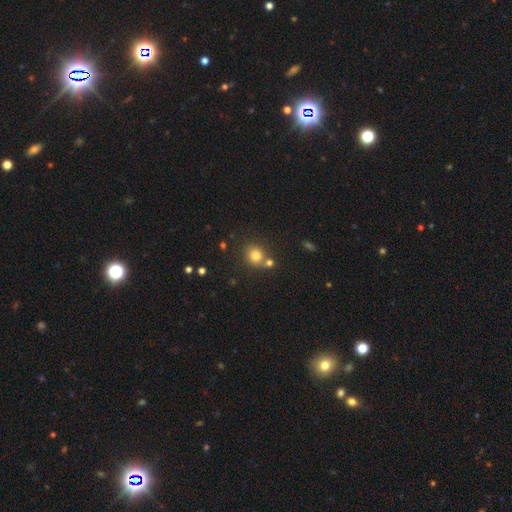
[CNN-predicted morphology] type=smooth (80%); roundness=round (83%); merging=none (63%).